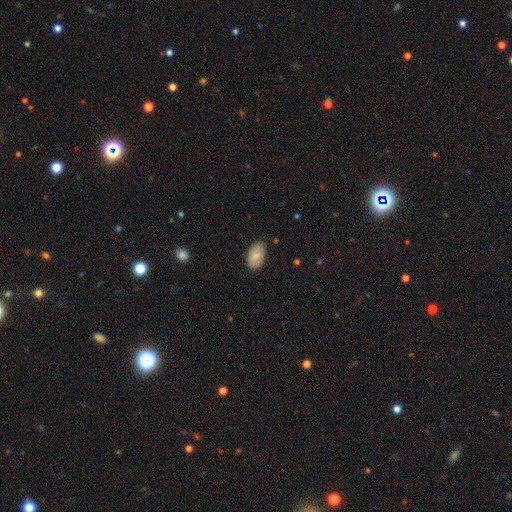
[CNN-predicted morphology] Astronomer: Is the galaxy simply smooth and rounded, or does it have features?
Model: smooth — 79%.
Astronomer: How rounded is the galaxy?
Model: in between — 93%.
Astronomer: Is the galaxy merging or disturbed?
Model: none — 83%.